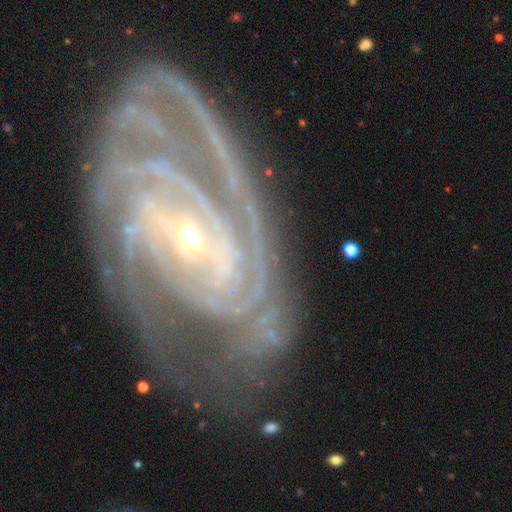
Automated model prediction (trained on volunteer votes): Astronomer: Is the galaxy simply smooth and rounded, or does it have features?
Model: featured or disk — 91%.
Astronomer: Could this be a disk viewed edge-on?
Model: no — 96%.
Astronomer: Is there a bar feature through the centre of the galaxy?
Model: no — 41% (runner-up: weak, 31%).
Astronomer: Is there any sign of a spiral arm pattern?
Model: yes — 98%.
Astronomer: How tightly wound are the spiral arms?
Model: tight — 70%.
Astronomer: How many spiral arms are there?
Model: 2 — 30% (runner-up: 3, 23%).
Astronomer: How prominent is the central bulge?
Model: small — 75%.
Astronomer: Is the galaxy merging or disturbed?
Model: none — 63%.